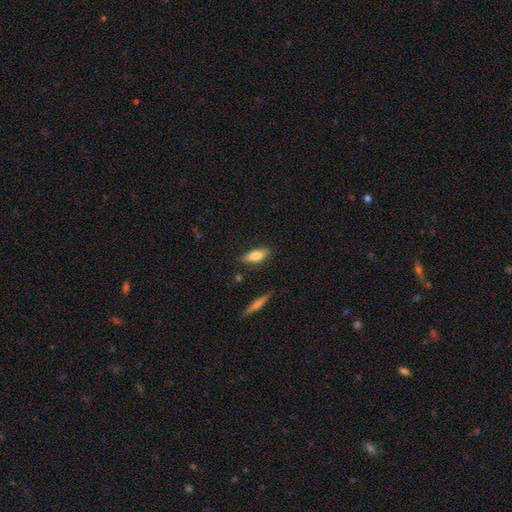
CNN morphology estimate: Smooth or featured? smooth (79%)
How rounded? in between (72%)
Merging? none (80%)